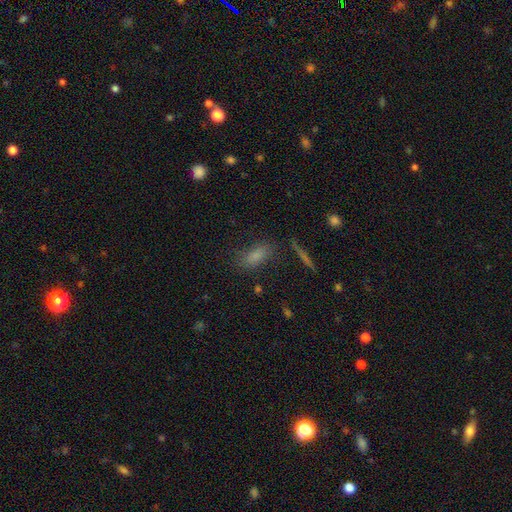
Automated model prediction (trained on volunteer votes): Overall: smooth (75%). How rounded: in between (76%). Merging: none (73%).